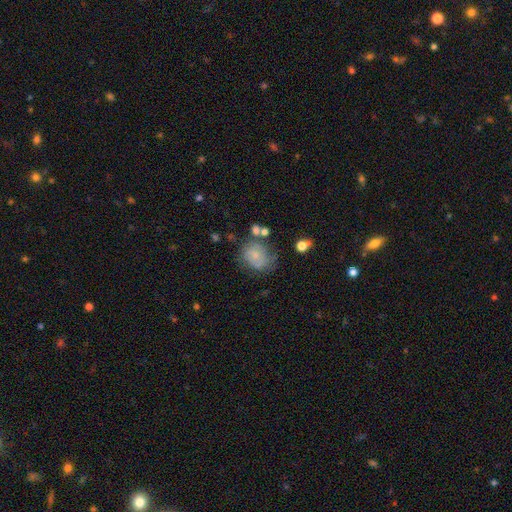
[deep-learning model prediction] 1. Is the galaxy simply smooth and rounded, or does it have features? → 59% smooth, 30% featured or disk, 10% star or artifact.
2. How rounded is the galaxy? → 61% round, 38% in between, 1% cigar-shaped.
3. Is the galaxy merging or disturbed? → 47% none, 28% minor disturbance, 16% major disturbance, 9% merger.